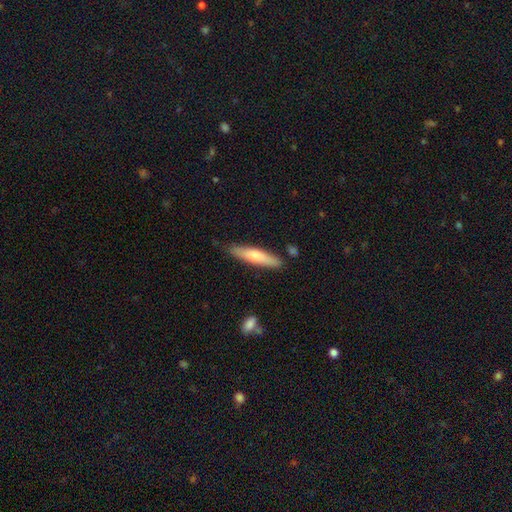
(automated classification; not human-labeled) Q: Smooth or featured?
A: smooth (68%); runner-up: featured or disk (27%)
Q: How rounded?
A: cigar-shaped (85%); runner-up: in between (14%)
Q: Merging?
A: none (82%); runner-up: minor disturbance (13%)